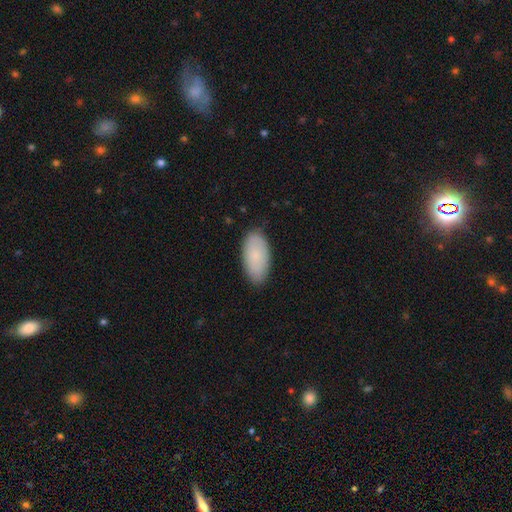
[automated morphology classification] smooth-or-featured: smooth: 83% | featured or disk: 11% | star or artifact: 6%
  how-rounded: in between: 94% | cigar-shaped: 4% | round: 2%
  merging: none: 85% | minor disturbance: 12% | major disturbance: 2% | merger: 1%